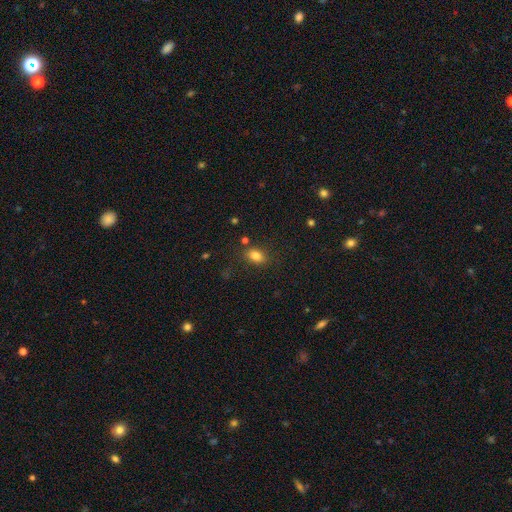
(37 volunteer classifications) Morphology: type=smooth (92%); roundness=in between (85%); merging=none (83%).